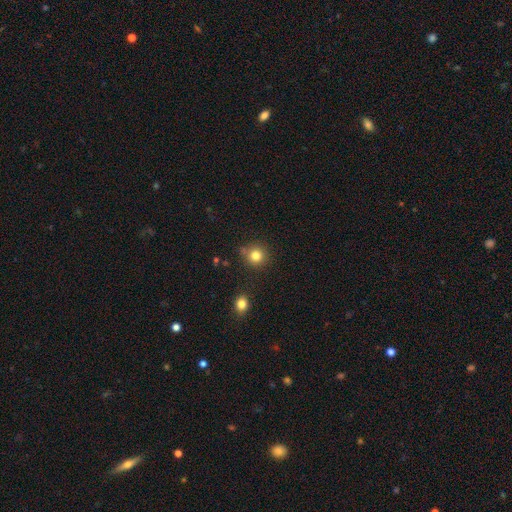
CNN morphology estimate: type=smooth (82%); roundness=round (92%); merging=none (79%).